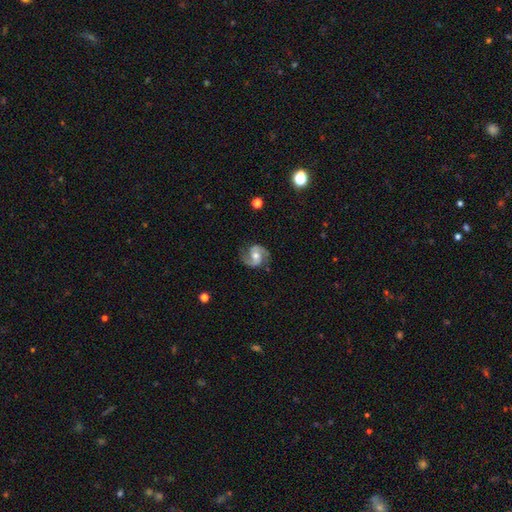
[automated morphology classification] type=featured or disk (89%); edge-on=no (98%); bar=no (46%); spiral arms=yes (98%); winding=medium (58%); arm count=2 (94%); bulge=moderate (68%); merging=none (84%).